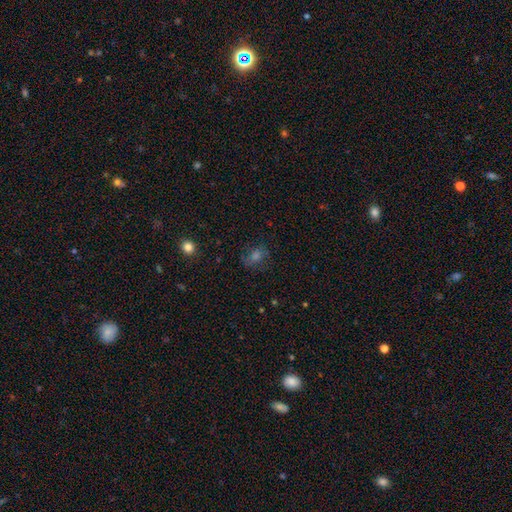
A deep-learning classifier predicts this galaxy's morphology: smooth 44%, star or artifact 30%, featured or disk 27%. Down the decision tree: merging — none (72%).